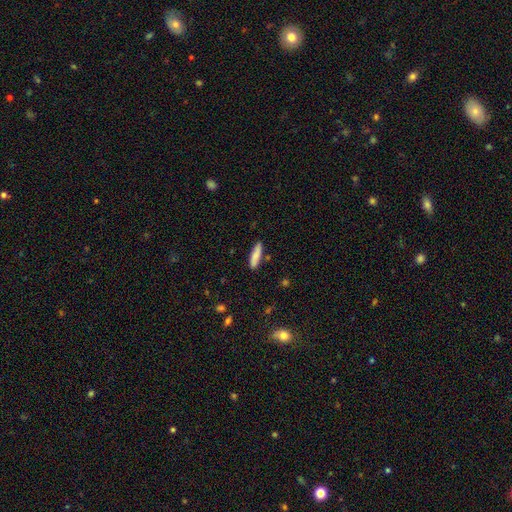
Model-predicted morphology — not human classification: Overall: smooth (81%). How rounded: cigar-shaped (71%). Merging: none (84%).